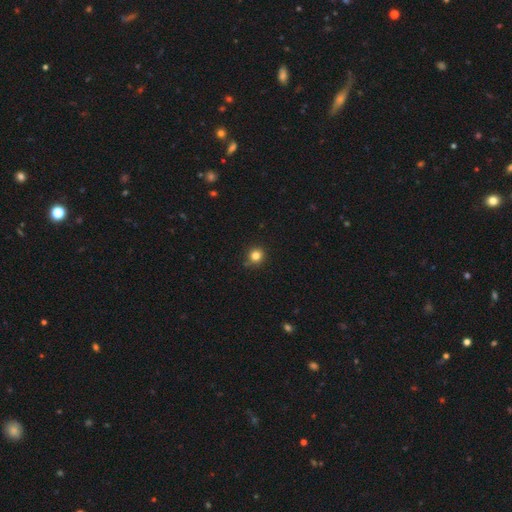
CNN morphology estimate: This appears to be a smooth galaxy with no disk features (82%) that is round (92%). Merging: none (86%).